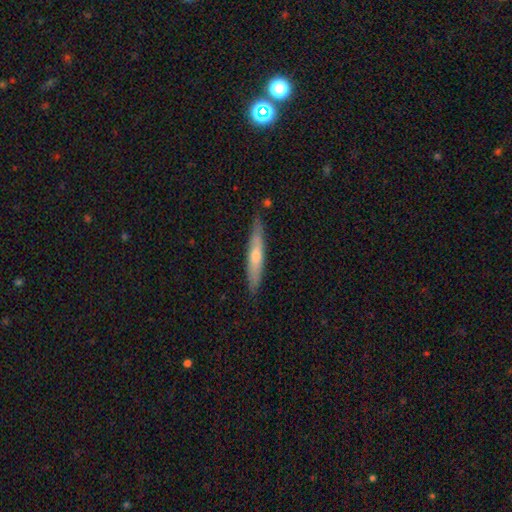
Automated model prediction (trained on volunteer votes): smooth_or_featured: featured or disk (p=0.48) [alt: smooth p=0.46]
merging: none (p=0.85) [alt: minor disturbance p=0.11]